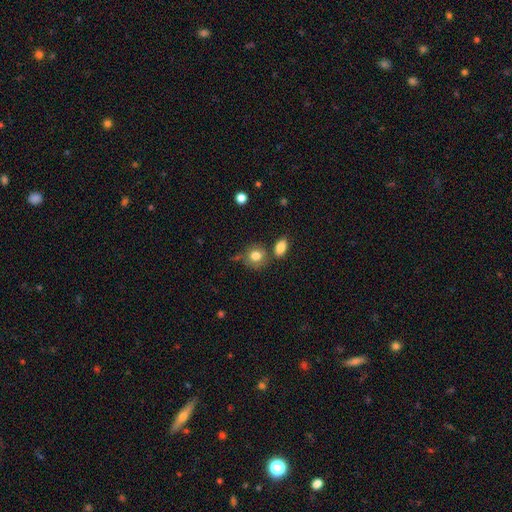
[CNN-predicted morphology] The model was most divided on "how rounded": round: 72%, in between: 27%, cigar-shaped: 1%. More confident: smooth or featured — smooth (81%); merging — none (63%).